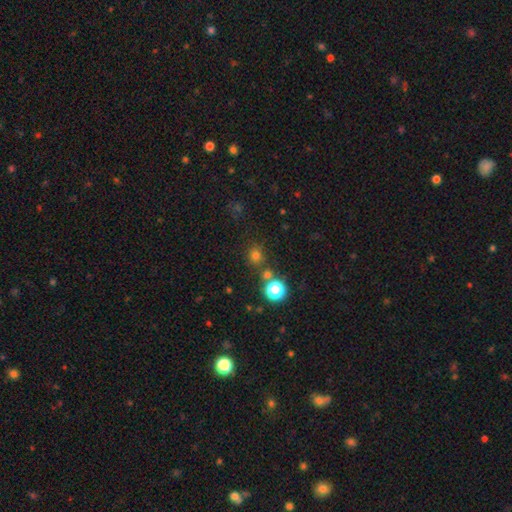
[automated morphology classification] This appears to be a smooth galaxy with no disk features (68%) that is round (87%). Merging: none (77%).